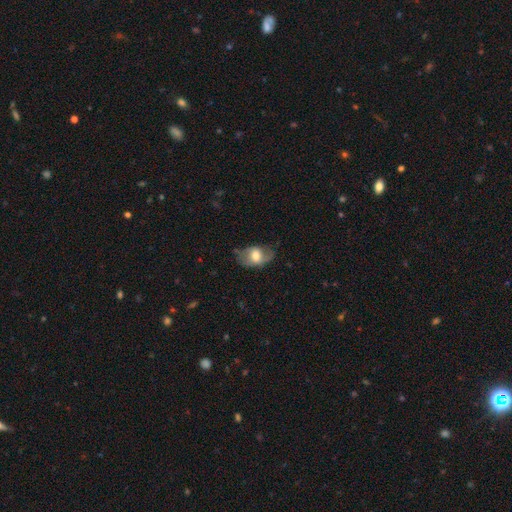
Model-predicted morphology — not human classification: A smooth galaxy with no disk features (51%) that is in between round and cigar-shaped (82%).

Vote fractions:
- Smooth or featured? smooth: 51% / featured or disk: 42% / star or artifact: 7%
- How rounded? in between: 82% / round: 16% / cigar-shaped: 2%
- Merging? none: 56% / minor disturbance: 29% / major disturbance: 13% / merger: 2%